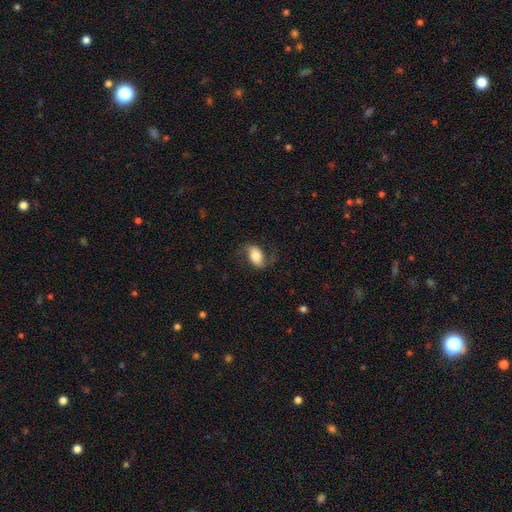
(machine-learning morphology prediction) smooth 47%, featured or disk 45%, star or artifact 8%. Down the decision tree: merging — none (67%).